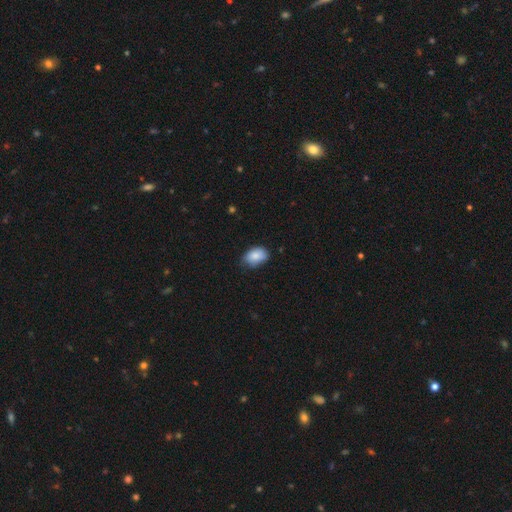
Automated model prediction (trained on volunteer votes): Overall: smooth (87%). How rounded: in between (86%). Merging: none (67%; minor disturbance 28%).